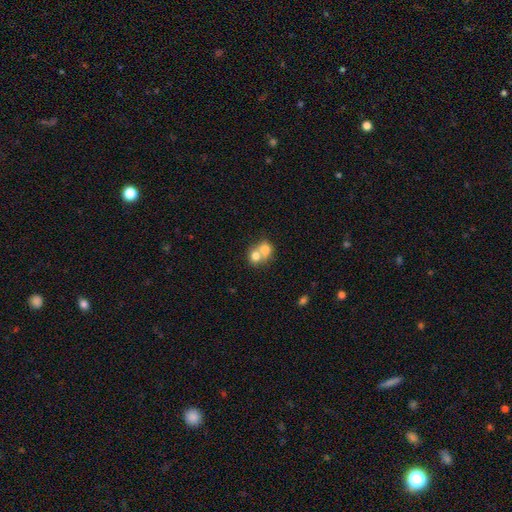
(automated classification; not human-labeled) Smooth or featured: smooth — 72% (featured or disk — 20%)
How rounded: round — 65% (in between — 34%)
Merging: merger — 73% (none — 20%)